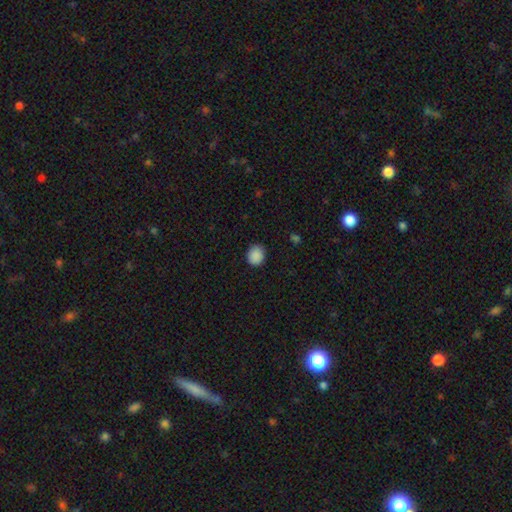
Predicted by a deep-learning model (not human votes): smooth 89%, star or artifact 9%, featured or disk 3%. Down the decision tree: how rounded — round (72%); merging — none (85%).